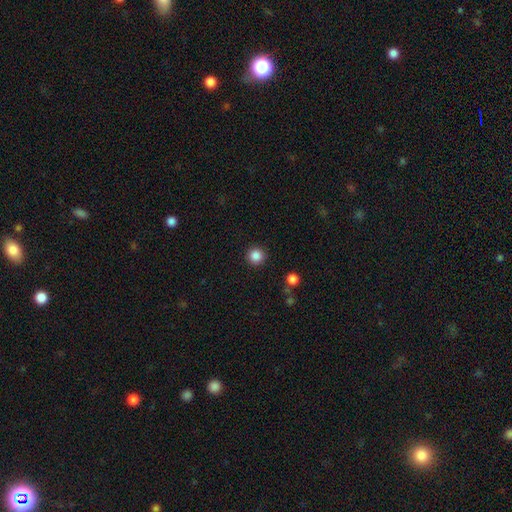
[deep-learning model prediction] This appears to be a smooth galaxy with no disk features (86%) that is round (95%). Merging: none (92%).